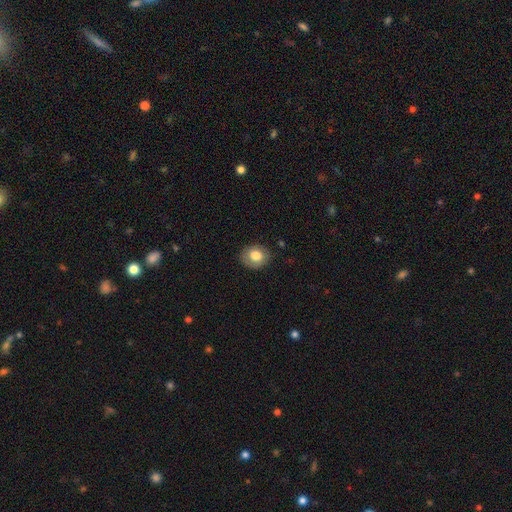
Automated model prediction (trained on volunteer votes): smooth-or-featured: smooth: 80% | featured or disk: 12% | star or artifact: 8%
  how-rounded: round: 58% | in between: 41% | cigar-shaped: 1%
  merging: none: 83% | minor disturbance: 13% | major disturbance: 3% | merger: 1%